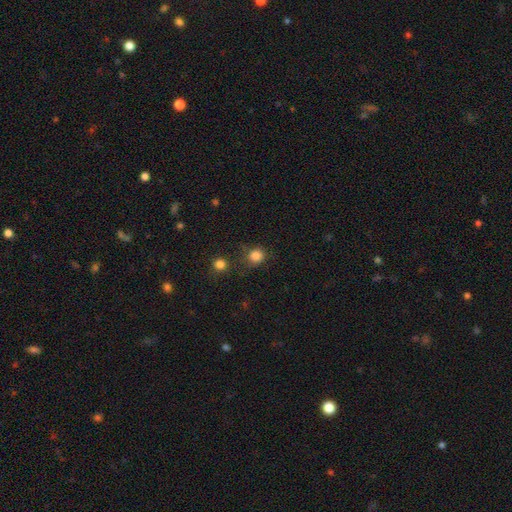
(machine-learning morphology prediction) Overall: smooth (84%). How rounded: round (89%). Merging: none (76%).